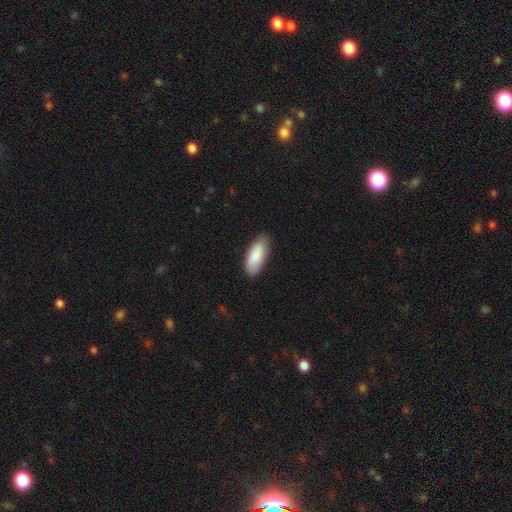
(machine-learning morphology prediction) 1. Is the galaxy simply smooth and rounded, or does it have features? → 87% smooth, 8% featured or disk, 5% star or artifact.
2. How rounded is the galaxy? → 82% in between, 17% cigar-shaped, 2% round.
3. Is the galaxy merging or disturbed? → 84% none, 13% minor disturbance, 2% major disturbance, 1% merger.